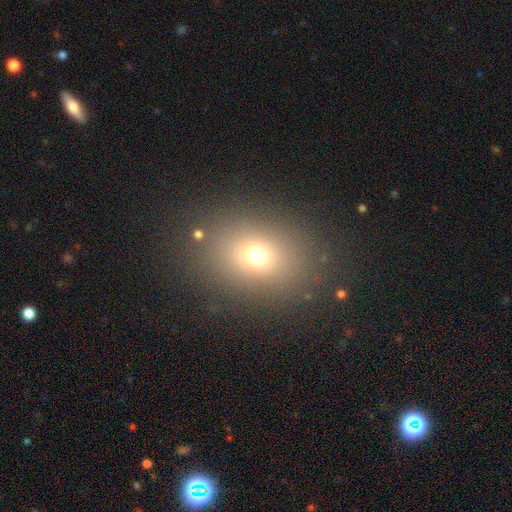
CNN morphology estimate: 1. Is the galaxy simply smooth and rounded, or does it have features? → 69% smooth, 19% star or artifact, 12% featured or disk.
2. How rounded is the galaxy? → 56% in between, 43% round, 1% cigar-shaped.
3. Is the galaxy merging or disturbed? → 84% none, 9% minor disturbance, 5% major disturbance, 2% merger.